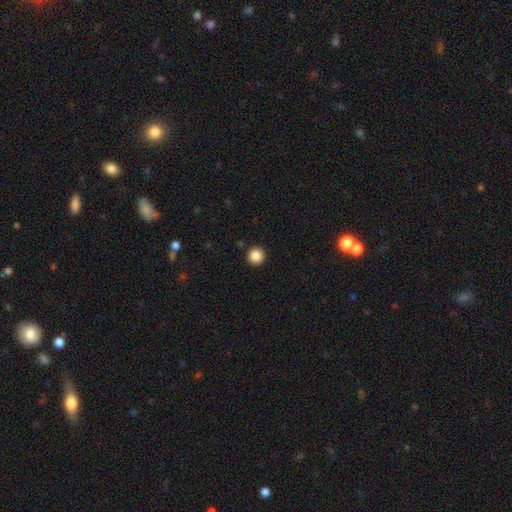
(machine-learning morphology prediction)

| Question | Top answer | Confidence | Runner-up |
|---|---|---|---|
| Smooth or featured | smooth | 87% | star or artifact (10%) |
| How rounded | round | 96% | in between (3%) |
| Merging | none | 93% | minor disturbance (4%) |